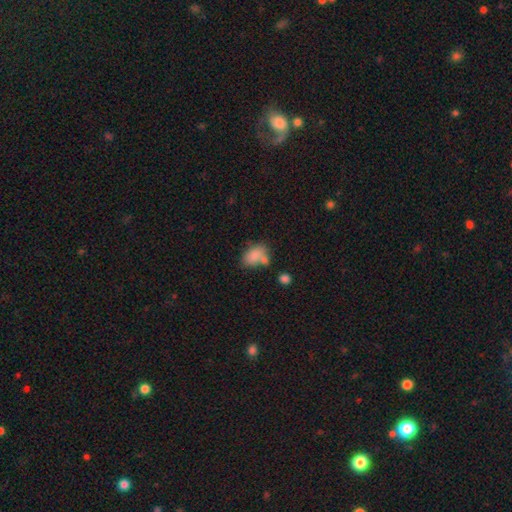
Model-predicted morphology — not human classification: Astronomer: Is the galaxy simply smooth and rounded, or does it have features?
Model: smooth — 80%.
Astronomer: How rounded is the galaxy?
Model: in between — 82%.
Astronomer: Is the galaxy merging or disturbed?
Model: none — 42% (runner-up: merger, 29%).